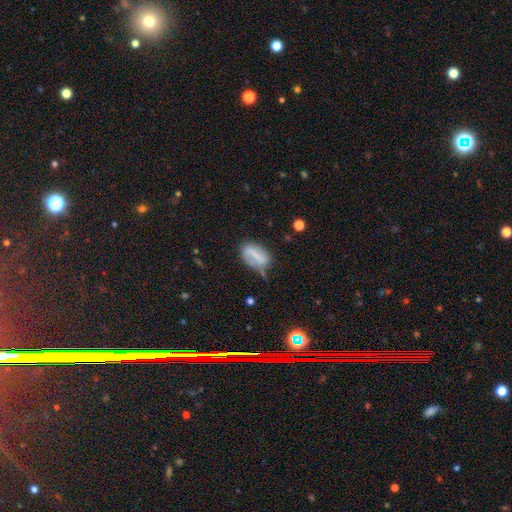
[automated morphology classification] The model was most divided on "merging": none: 41%, minor disturbance: 36%, major disturbance: 17%, merger: 6%. More confident: how rounded — in between (85%); smooth or featured — smooth (56%).